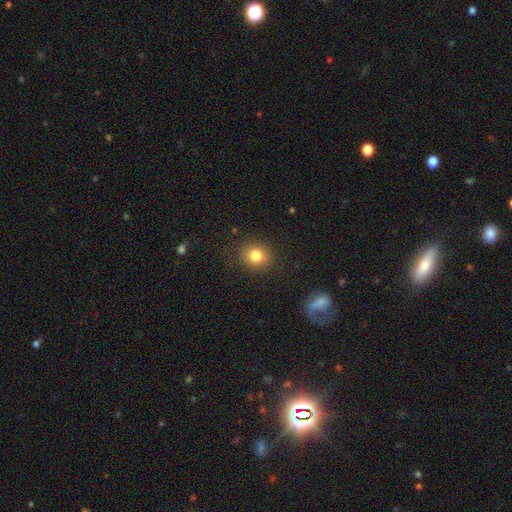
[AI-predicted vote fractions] This is clearly a smooth galaxy (82%). How rounded: clearly round (81%). Merging: clearly none (88%).